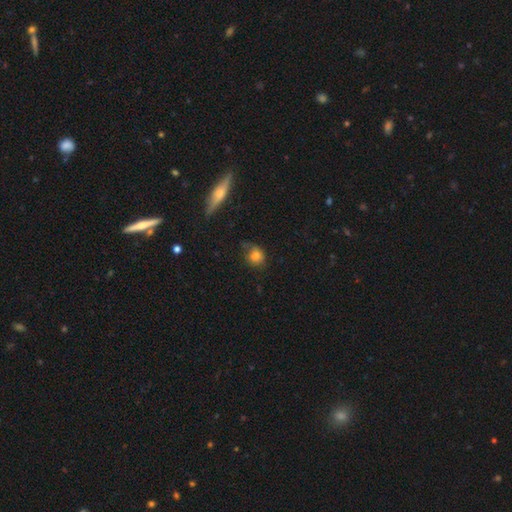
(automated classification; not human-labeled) Smooth or featured? Predicted: smooth (p=0.77). How rounded? Predicted: round (p=0.77). Merging? Predicted: none (p=0.60).